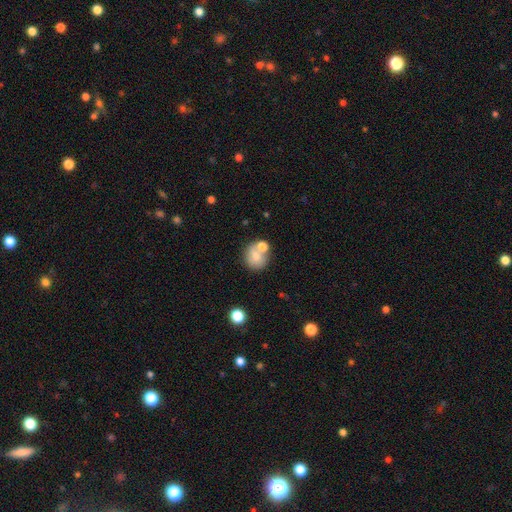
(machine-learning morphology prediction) The model was most divided on "merging": none: 52%, merger: 29%, minor disturbance: 13%, major disturbance: 6%. More confident: how rounded — round (79%); smooth or featured — smooth (73%).